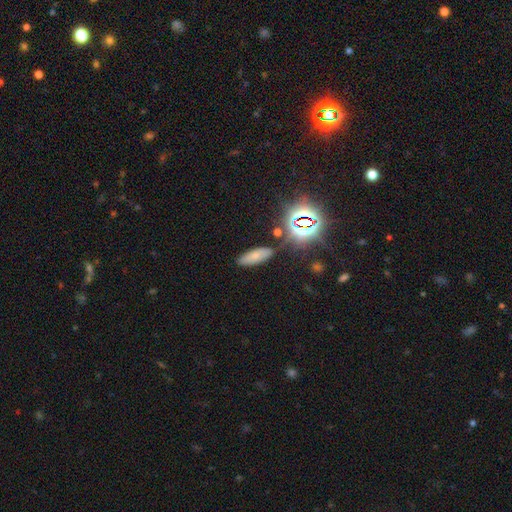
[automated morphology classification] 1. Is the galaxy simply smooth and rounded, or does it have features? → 61% smooth, 22% star or artifact, 17% featured or disk.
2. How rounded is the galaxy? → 70% in between, 25% cigar-shaped, 5% round.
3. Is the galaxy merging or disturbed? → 80% none, 12% minor disturbance, 4% merger, 4% major disturbance.